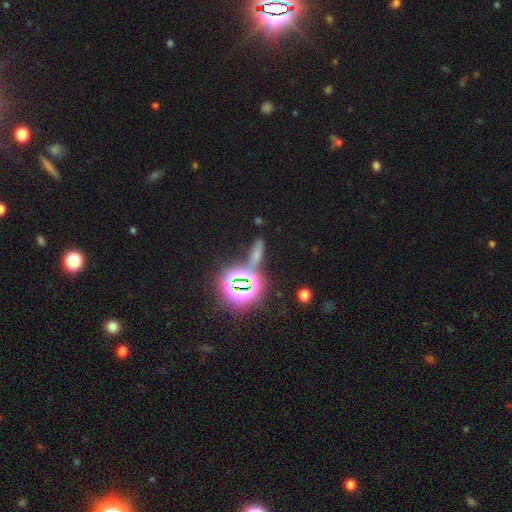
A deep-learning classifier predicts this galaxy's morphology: smooth-or-featured: smooth: 44% | star or artifact: 43% | featured or disk: 13%
  merging: none: 61% | minor disturbance: 16% | merger: 14% | major disturbance: 9%